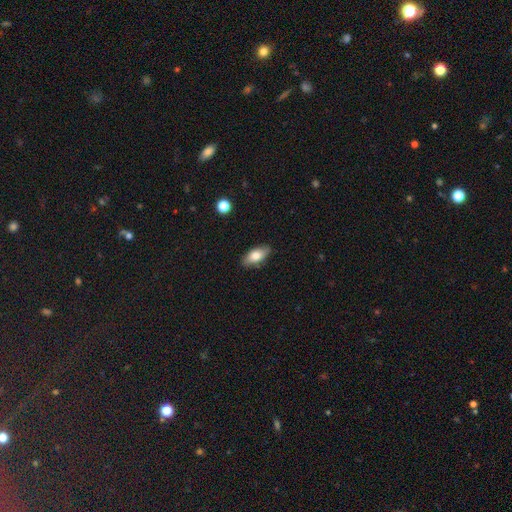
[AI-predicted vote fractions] Smooth or featured?
  - smooth: 77% *
  - featured or disk: 16%
  - star or artifact: 7%
How rounded?
  - in between: 89% *
  - cigar-shaped: 8%
  - round: 3%
Merging?
  - none: 85% *
  - minor disturbance: 11%
  - major disturbance: 2%
  - merger: 1%